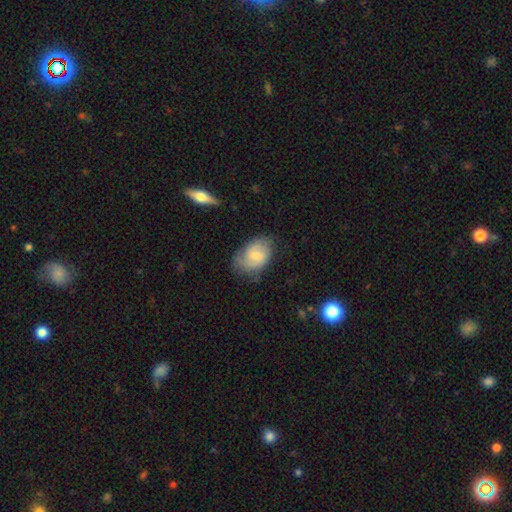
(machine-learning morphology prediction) smooth-or-featured: featured or disk: 51% | smooth: 42% | star or artifact: 7%
  disk-edge-on: no: 96% | yes: 4%
  merging: none: 67% | minor disturbance: 24% | major disturbance: 7% | merger: 2%